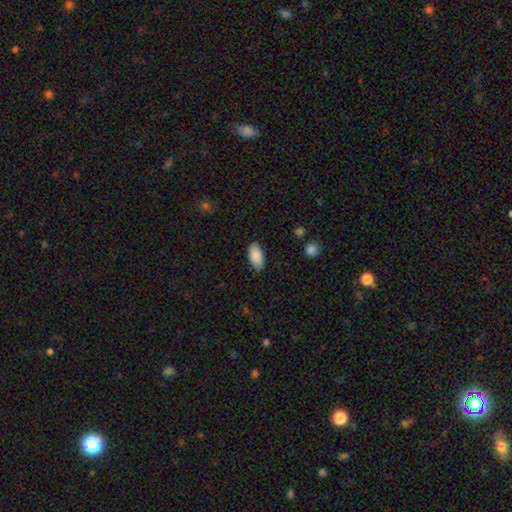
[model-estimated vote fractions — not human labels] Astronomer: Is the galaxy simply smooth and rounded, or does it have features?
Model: smooth — 89%.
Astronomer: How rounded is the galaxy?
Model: in between — 94%.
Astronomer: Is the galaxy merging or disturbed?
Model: none — 82%.